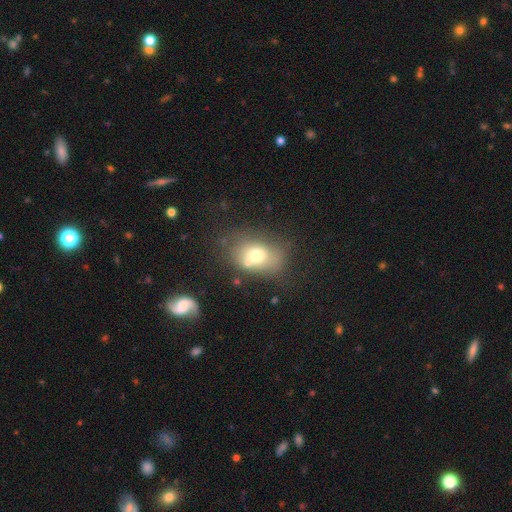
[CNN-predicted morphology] smooth-or-featured: smooth: 65% | featured or disk: 24% | star or artifact: 11%
  how-rounded: in between: 69% | round: 30% | cigar-shaped: 1%
  merging: none: 49% | minor disturbance: 21% | merger: 19% | major disturbance: 11%